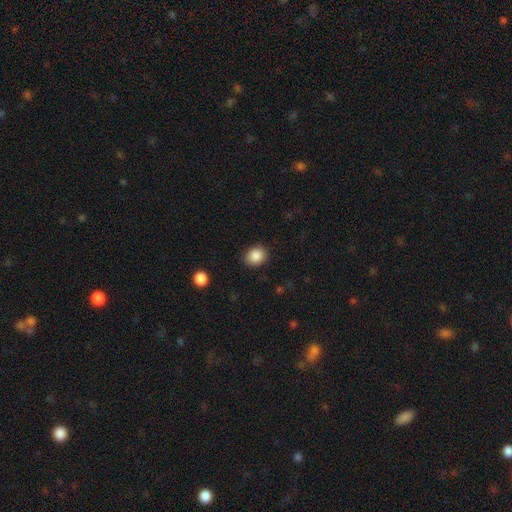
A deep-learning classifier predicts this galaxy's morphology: This appears to be a smooth galaxy with no disk features (88%) that is round (62%). Merging: none (88%).